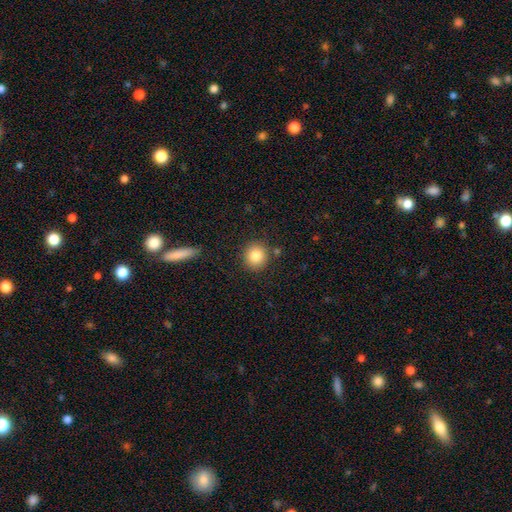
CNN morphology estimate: This appears to be a smooth galaxy with no disk features (84%) that is round (90%). Merging: none (86%).